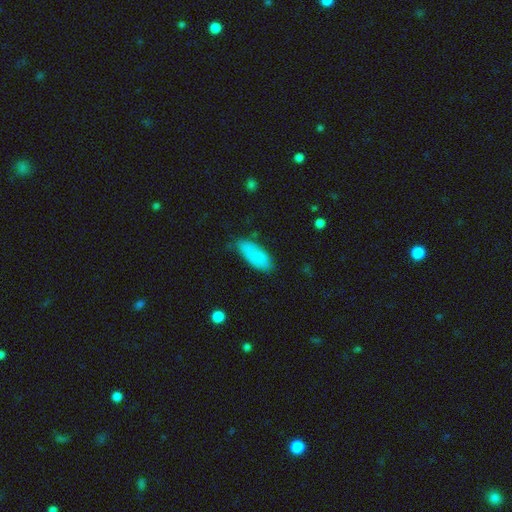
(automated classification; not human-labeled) This is likely a smooth galaxy (79%). How rounded: clearly in between (81%). Merging: possibly none (60%).